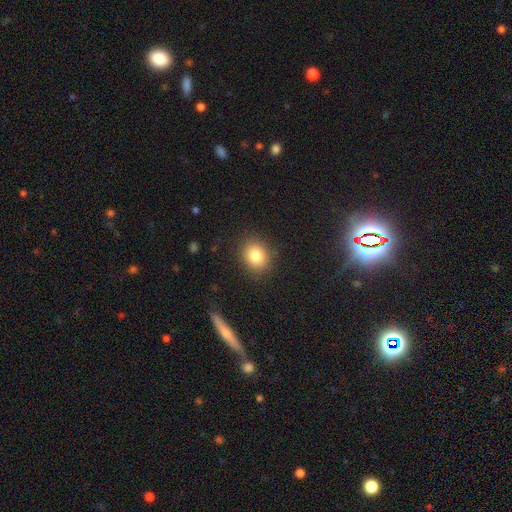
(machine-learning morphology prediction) smooth_or_featured: smooth (p=0.82) [alt: star or artifact p=0.11]
how_rounded: round (p=0.66) [alt: in between p=0.33]
merging: none (p=0.88) [alt: minor disturbance p=0.08]